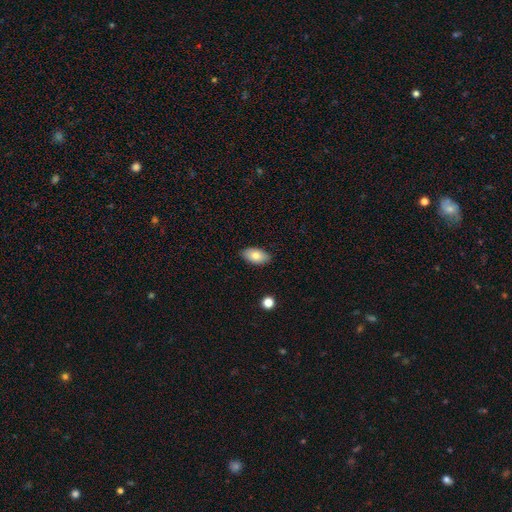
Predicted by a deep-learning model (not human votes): The model was most divided on "smooth or featured": smooth: 82%, featured or disk: 10%, star or artifact: 7%. More confident: how rounded — in between (94%); merging — none (87%).